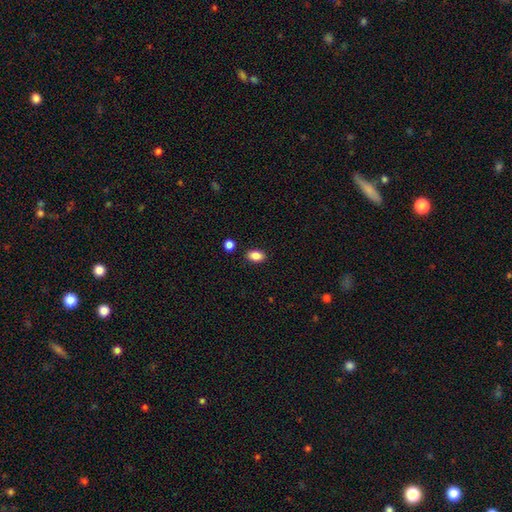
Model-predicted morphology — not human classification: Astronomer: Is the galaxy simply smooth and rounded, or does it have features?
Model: smooth — 87%.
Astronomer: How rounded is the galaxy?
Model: in between — 87%.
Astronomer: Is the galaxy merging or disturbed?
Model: none — 87%.